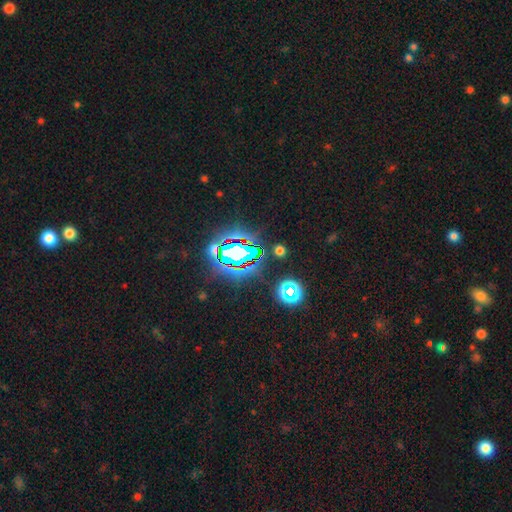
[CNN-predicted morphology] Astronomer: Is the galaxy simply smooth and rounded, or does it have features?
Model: star or artifact — 74%.